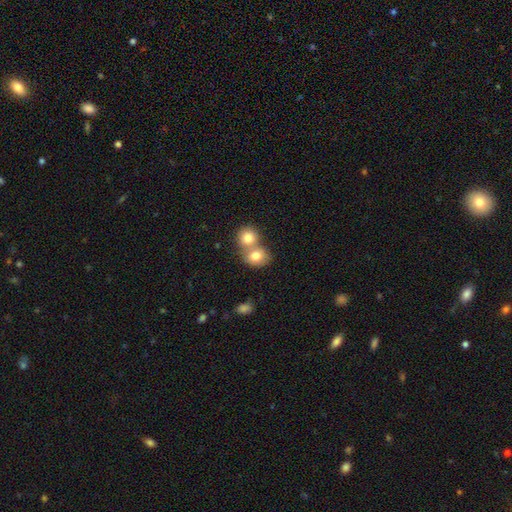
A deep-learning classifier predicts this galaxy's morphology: Overall: smooth (79%). How rounded: round (63%; in between 36%). Merging: merger (63%; none 29%).